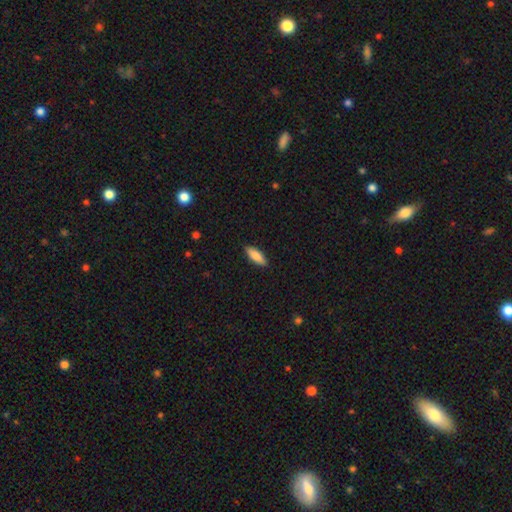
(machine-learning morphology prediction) A smooth galaxy with no disk features (85%) that is in between round and cigar-shaped (60%).

Vote fractions:
- Smooth or featured? smooth: 85% / featured or disk: 9% / star or artifact: 6%
- How rounded? in between: 60% / cigar-shaped: 38% / round: 2%
- Merging? none: 89% / minor disturbance: 8% / major disturbance: 2% / merger: 1%